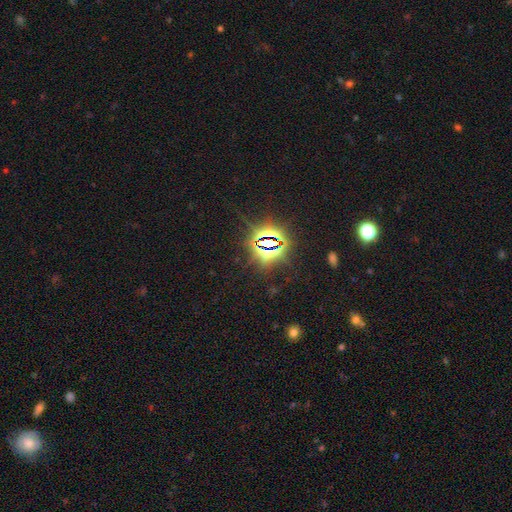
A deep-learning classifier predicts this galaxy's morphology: Smooth or featured?
  - star or artifact: 82% *
  - smooth: 10%
  - featured or disk: 8%